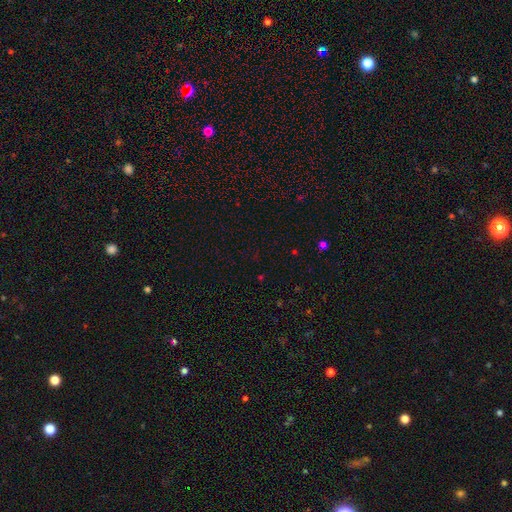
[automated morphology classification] Overall: star or artifact (68%).